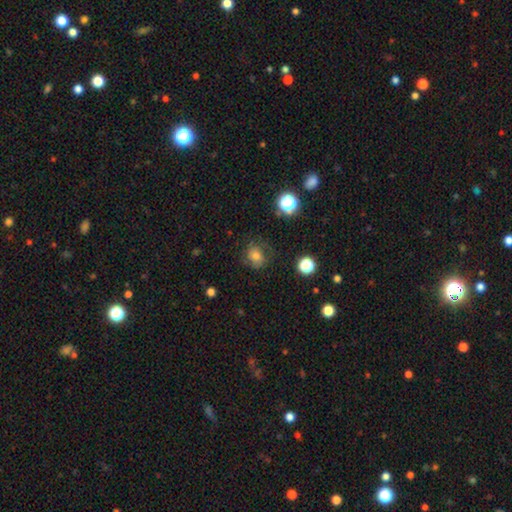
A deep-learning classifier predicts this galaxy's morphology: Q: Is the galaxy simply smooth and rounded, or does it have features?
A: smooth — 61%.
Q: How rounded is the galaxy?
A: round — 65%.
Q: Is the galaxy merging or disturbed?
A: none — 67%.